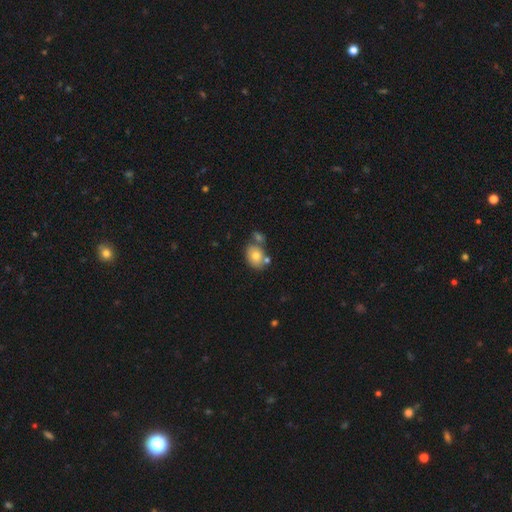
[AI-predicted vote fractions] Smooth or featured? smooth (73%)
How rounded? in between (60%)
Merging? none (55%)